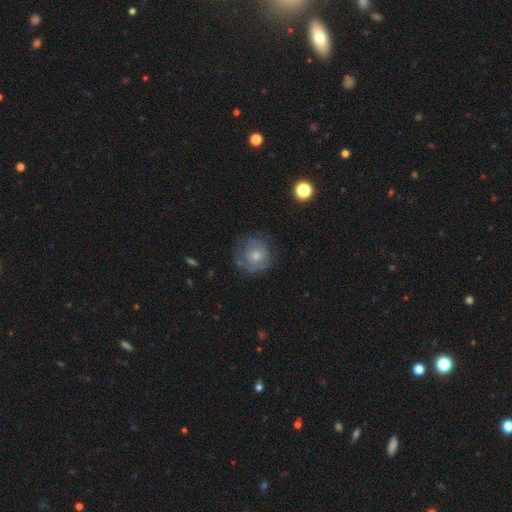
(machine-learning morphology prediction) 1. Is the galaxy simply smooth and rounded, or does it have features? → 49% smooth, 43% featured or disk, 8% star or artifact.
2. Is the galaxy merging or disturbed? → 63% none, 22% minor disturbance, 13% major disturbance, 2% merger.